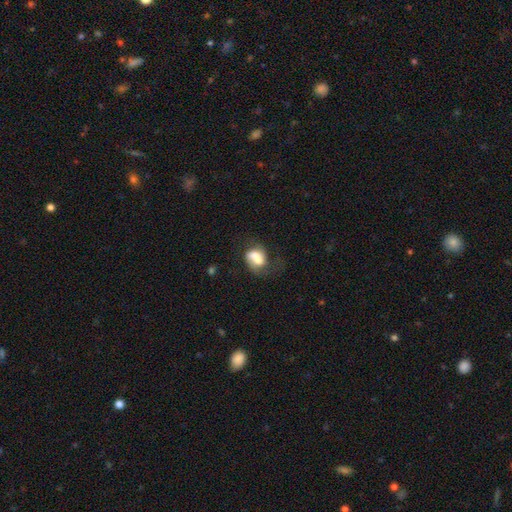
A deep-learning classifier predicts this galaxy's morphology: Smooth or featured?
  - smooth: 53% *
  - featured or disk: 38%
  - star or artifact: 9%
How rounded?
  - in between: 60% *
  - round: 38%
  - cigar-shaped: 2%
Merging?
  - merger: 45% *
  - none: 24%
  - major disturbance: 16%
  - minor disturbance: 15%